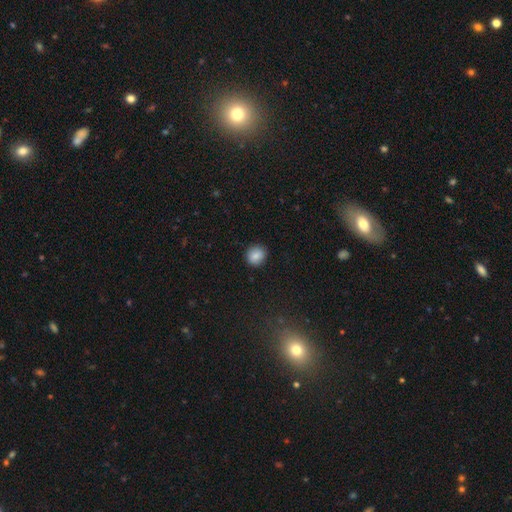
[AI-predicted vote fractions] Smooth or featured: smooth — 86% (star or artifact — 9%)
How rounded: round — 84% (in between — 15%)
Merging: none — 88% (minor disturbance — 9%)